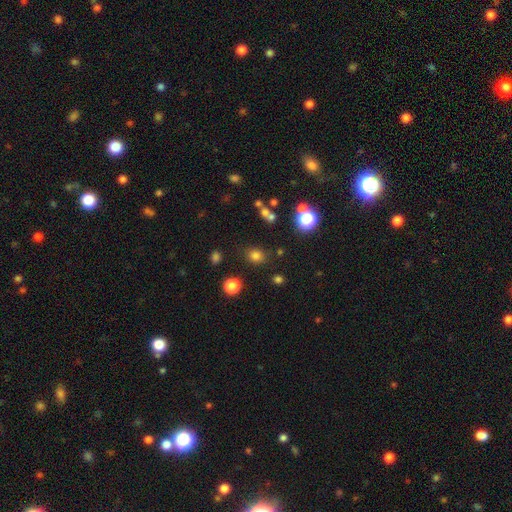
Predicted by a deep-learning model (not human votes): Q: Smooth or featured?
A: smooth (75%); runner-up: star or artifact (19%)
Q: How rounded?
A: round (69%); runner-up: in between (30%)
Q: Merging?
A: none (83%); runner-up: minor disturbance (9%)